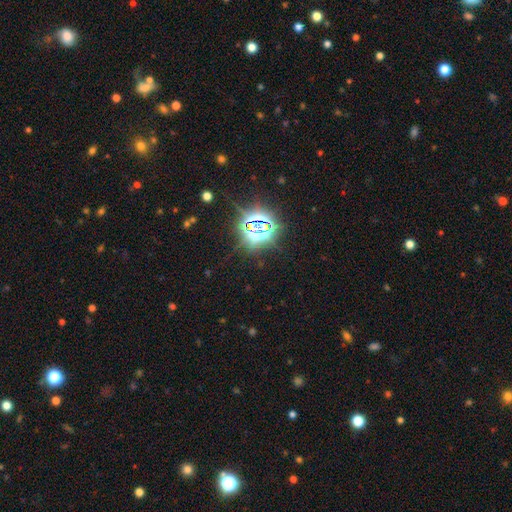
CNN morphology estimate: star or artifact 80%, smooth 13%, featured or disk 6%.